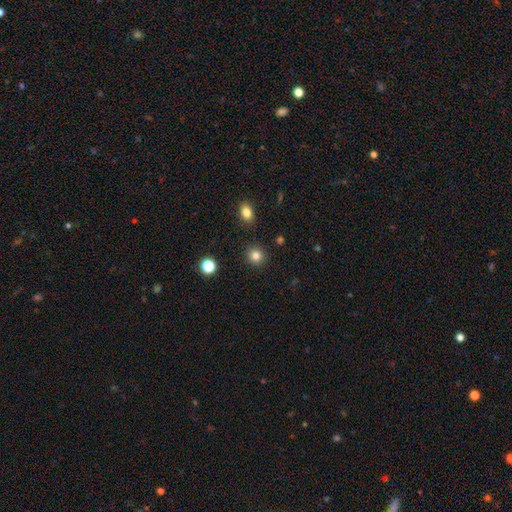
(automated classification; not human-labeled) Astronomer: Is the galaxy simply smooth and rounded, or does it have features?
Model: smooth — 83%.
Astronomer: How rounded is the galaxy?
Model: round — 89%.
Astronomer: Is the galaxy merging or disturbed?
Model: none — 91%.